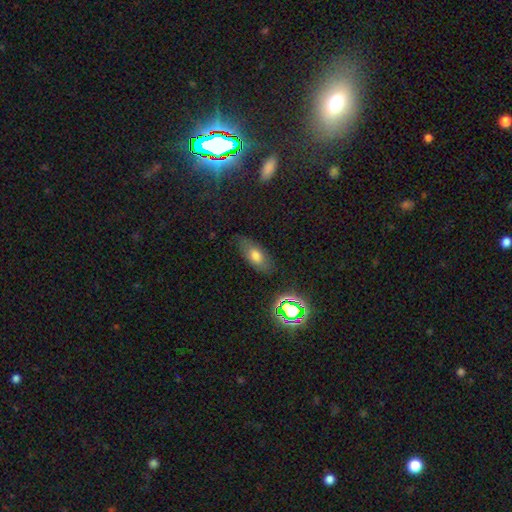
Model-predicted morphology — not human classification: This appears to be a smooth galaxy with no disk features (67%) that is in between round and cigar-shaped (83%). Merging: none (75%).